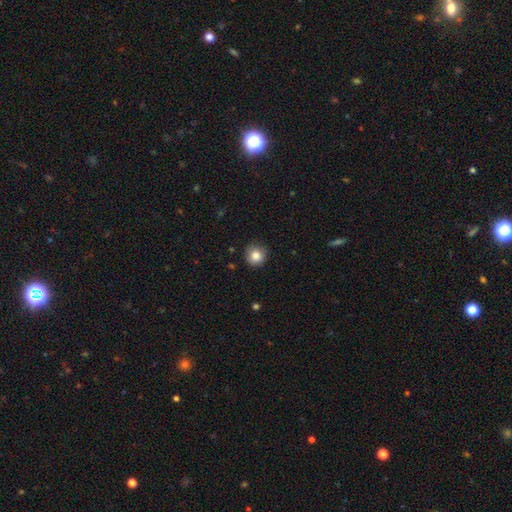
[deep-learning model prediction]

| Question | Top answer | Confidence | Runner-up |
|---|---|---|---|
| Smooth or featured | smooth | 85% | star or artifact (9%) |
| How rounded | round | 94% | in between (5%) |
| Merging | none | 85% | minor disturbance (12%) |